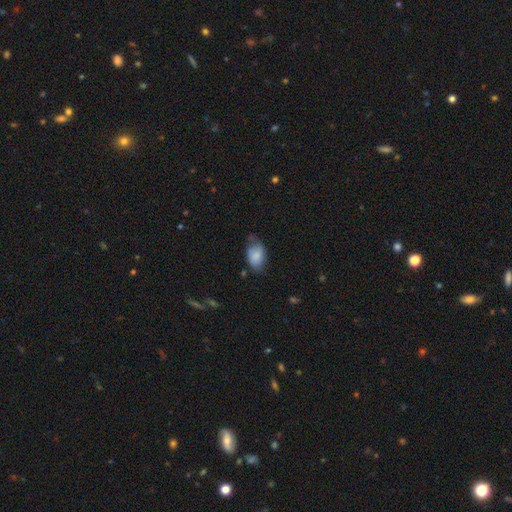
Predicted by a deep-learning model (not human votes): Smooth or featured: smooth — 77% (featured or disk — 16%)
How rounded: in between — 90% (round — 8%)
Merging: none — 48% (minor disturbance — 37%)